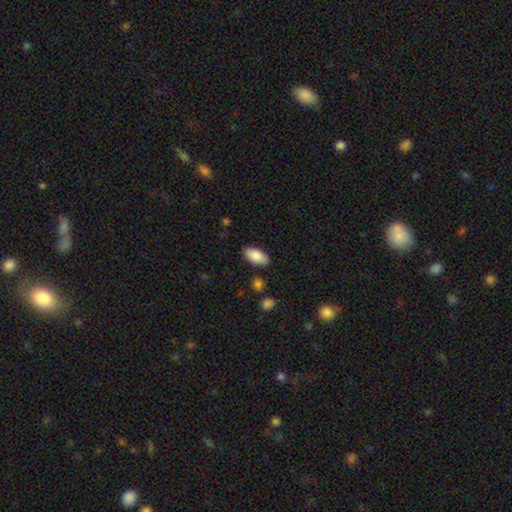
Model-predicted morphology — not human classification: A smooth galaxy with no disk features (86%) that is in between round and cigar-shaped (93%). Merging: none (84%).